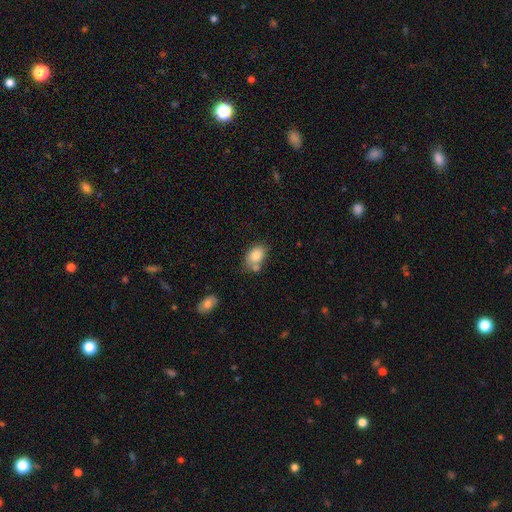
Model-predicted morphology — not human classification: type=smooth (82%); roundness=in between (79%); merging=none (51%).